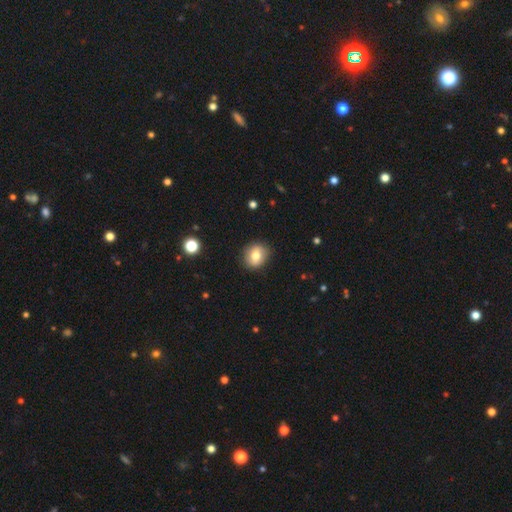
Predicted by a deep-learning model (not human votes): Smooth or featured? Predicted: smooth (p=0.75). How rounded? Predicted: round (p=0.63). Merging? Predicted: none (p=0.87).